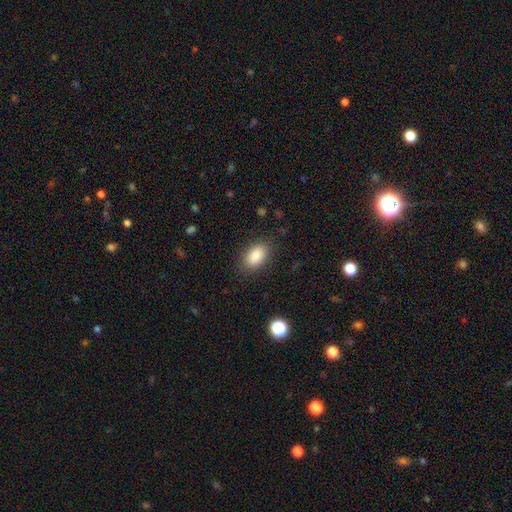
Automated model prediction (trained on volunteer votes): Q: Smooth or featured?
A: smooth (87%); runner-up: star or artifact (7%)
Q: How rounded?
A: in between (91%); runner-up: round (7%)
Q: Merging?
A: none (84%); runner-up: minor disturbance (11%)